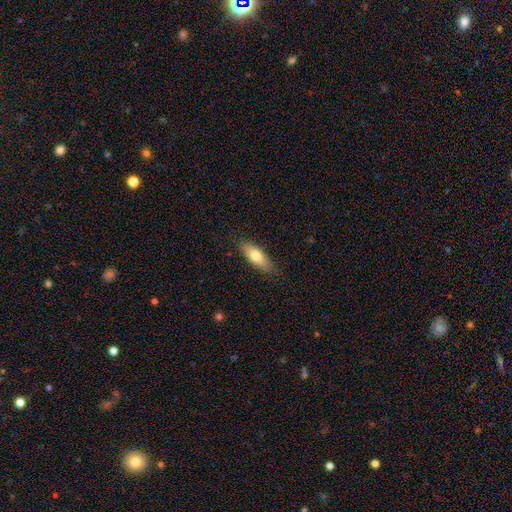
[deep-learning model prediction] Smooth or featured? smooth (73%)
How rounded? in between (68%)
Merging? none (84%)